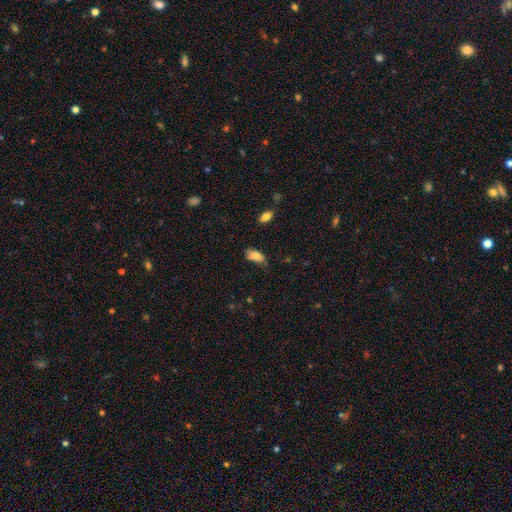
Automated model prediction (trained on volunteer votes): A smooth galaxy with no disk features (79%) that is in between round and cigar-shaped (90%). Merging: none (56%).